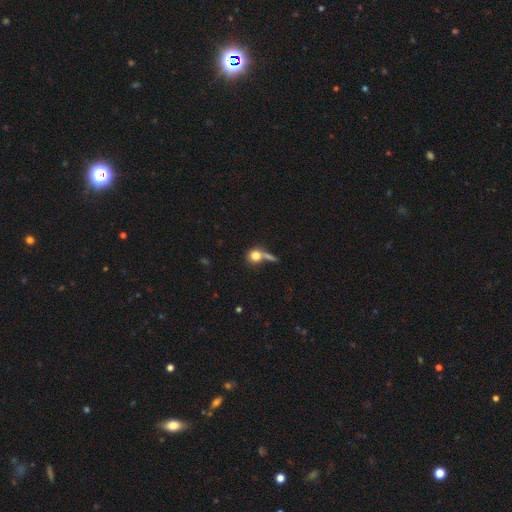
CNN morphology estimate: smooth-or-featured: smooth: 75% | featured or disk: 15% | star or artifact: 10%
  how-rounded: round: 81% | in between: 16% | cigar-shaped: 4%
  merging: none: 42% | merger: 33% | major disturbance: 13% | minor disturbance: 12%